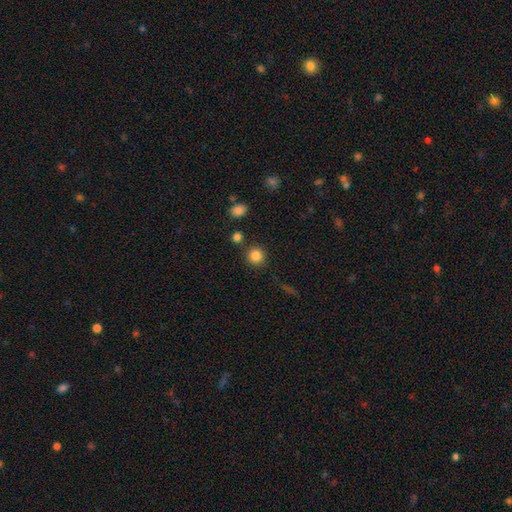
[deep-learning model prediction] A smooth galaxy with no disk features (85%) that is round (92%). Merging: none (85%).